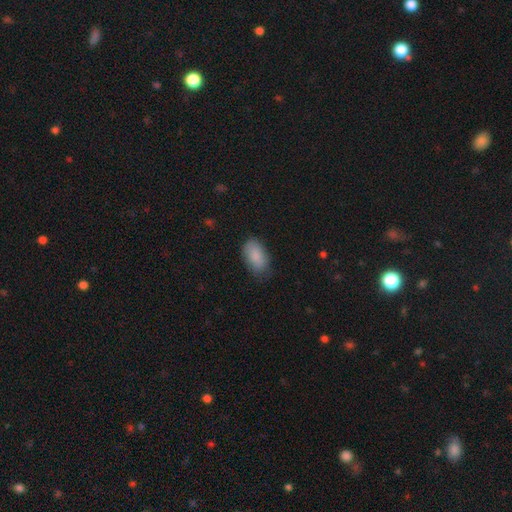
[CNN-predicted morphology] smooth 87%, featured or disk 7%, star or artifact 6%. Down the decision tree: how rounded — in between (93%); merging — none (74%).